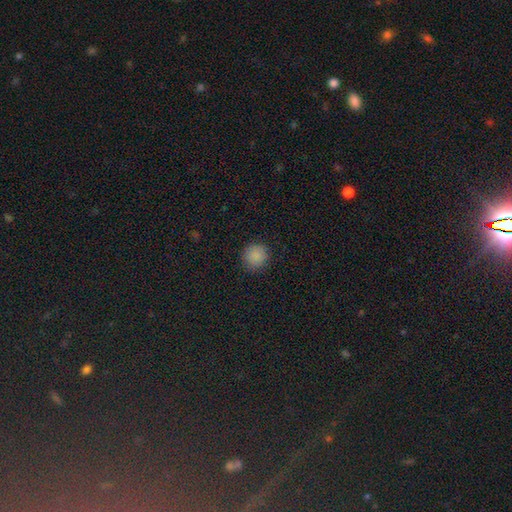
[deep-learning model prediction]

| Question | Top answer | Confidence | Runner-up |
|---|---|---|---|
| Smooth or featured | smooth | 87% | star or artifact (10%) |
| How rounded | round | 93% | in between (6%) |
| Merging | none | 90% | minor disturbance (7%) |